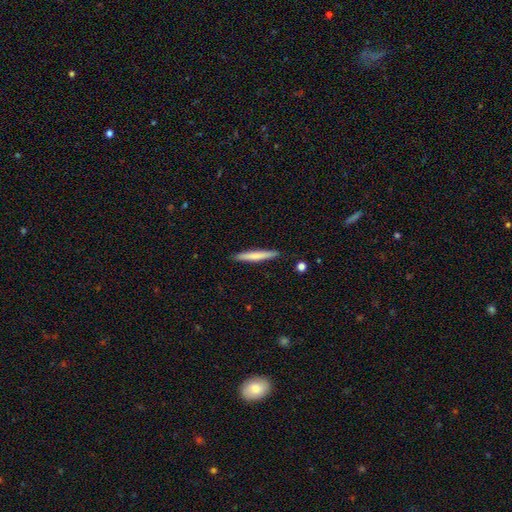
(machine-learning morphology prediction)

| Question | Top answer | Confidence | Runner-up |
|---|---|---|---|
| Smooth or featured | smooth | 70% | featured or disk (25%) |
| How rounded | cigar-shaped | 95% | in between (3%) |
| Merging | none | 91% | minor disturbance (7%) |